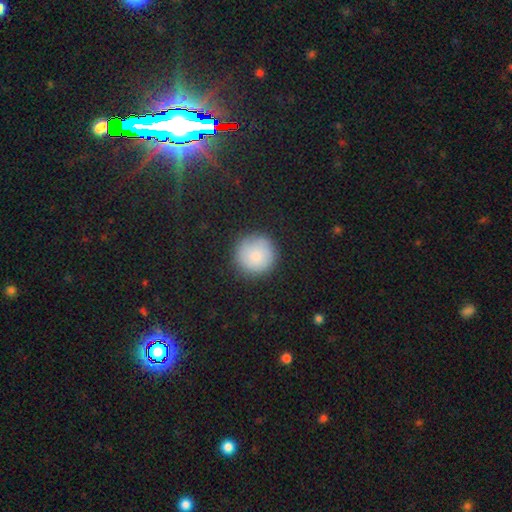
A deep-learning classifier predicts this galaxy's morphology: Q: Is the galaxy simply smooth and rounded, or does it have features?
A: smooth — 83%.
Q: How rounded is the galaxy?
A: round — 95%.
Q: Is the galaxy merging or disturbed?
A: none — 86%.